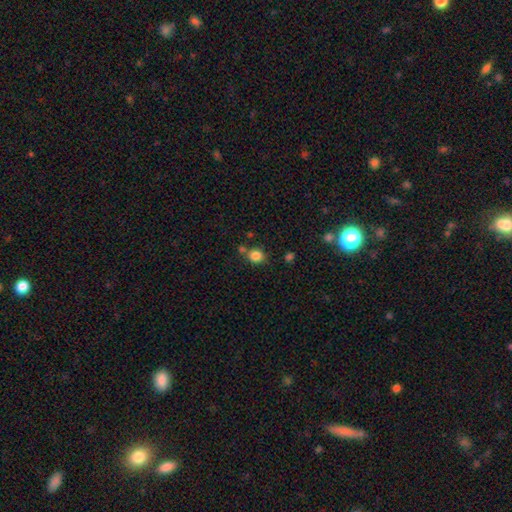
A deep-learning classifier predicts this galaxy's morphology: Q: Smooth or featured?
A: smooth (84%); runner-up: star or artifact (11%)
Q: How rounded?
A: round (73%); runner-up: in between (26%)
Q: Merging?
A: none (67%); runner-up: merger (16%)